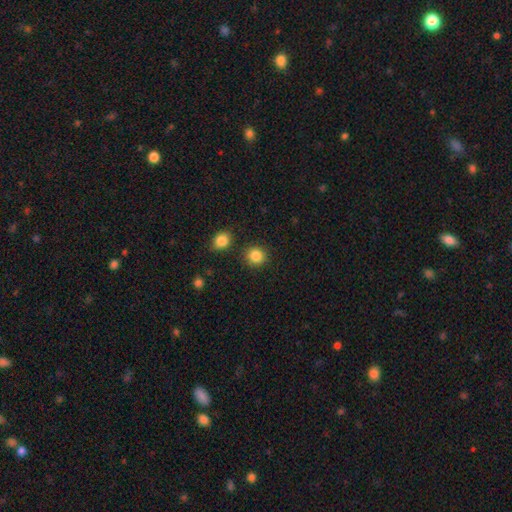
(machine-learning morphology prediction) smooth_or_featured: smooth (p=0.86) [alt: star or artifact p=0.10]
how_rounded: round (p=0.89) [alt: in between p=0.10]
merging: none (p=0.87) [alt: minor disturbance p=0.07]